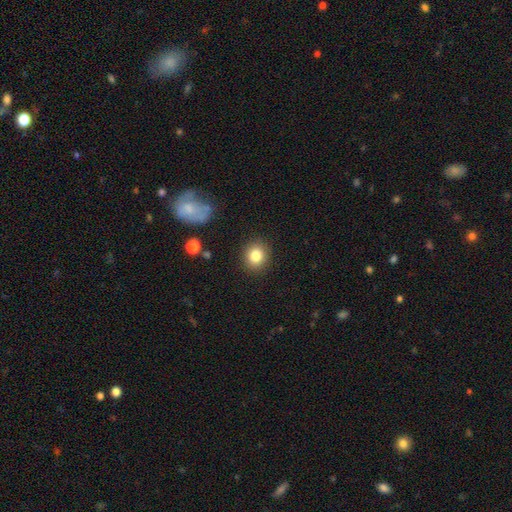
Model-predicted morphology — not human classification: smooth 83%, star or artifact 10%, featured or disk 7%. Down the decision tree: how rounded — round (77%); merging — none (89%).